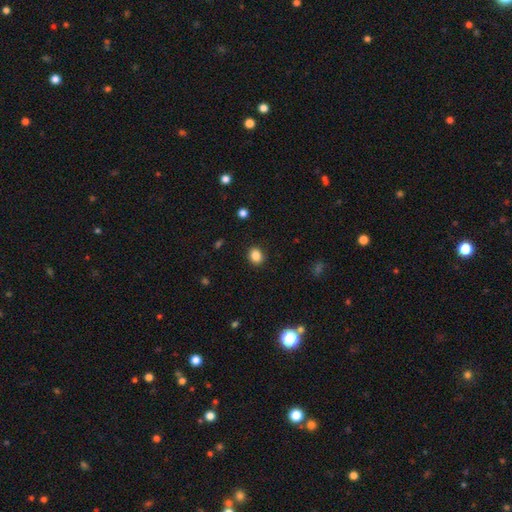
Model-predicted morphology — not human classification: The model was most divided on "how rounded": round: 58%, in between: 41%, cigar-shaped: 1%. More confident: merging — none (89%); smooth or featured — smooth (86%).